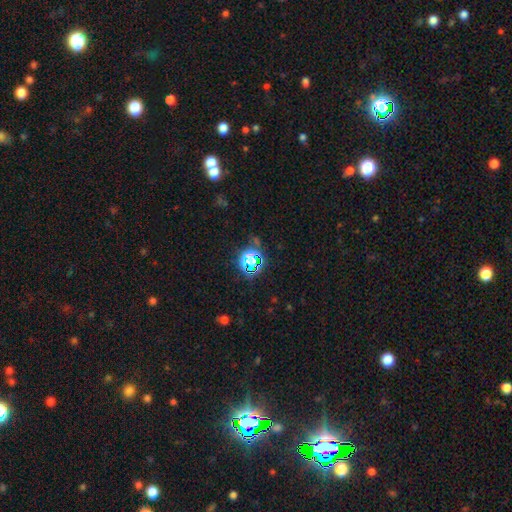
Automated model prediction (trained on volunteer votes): smooth-or-featured: star or artifact: 75% | smooth: 17% | featured or disk: 8%